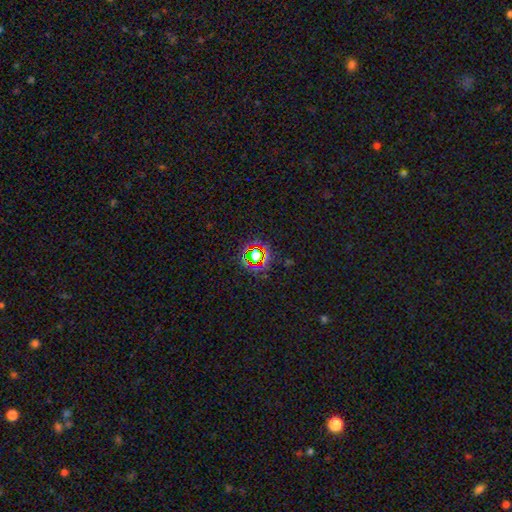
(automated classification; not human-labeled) Smooth or featured: star or artifact — 68% (smooth — 21%)